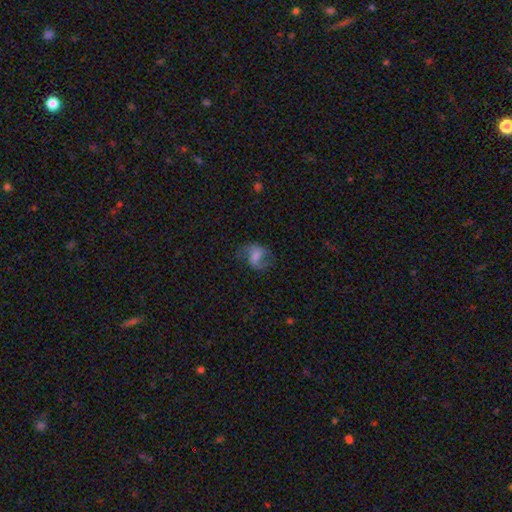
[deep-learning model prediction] Morphology: type=featured or disk (50%); merging=none (58%).